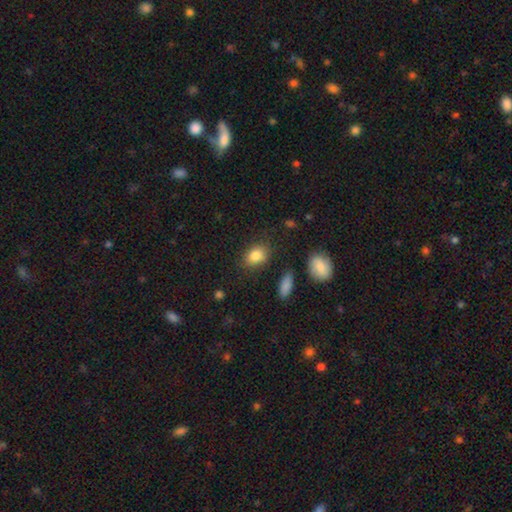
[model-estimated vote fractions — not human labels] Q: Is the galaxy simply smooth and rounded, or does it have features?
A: smooth — 84%.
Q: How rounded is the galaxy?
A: in between — 75%.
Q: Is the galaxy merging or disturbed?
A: none — 79%.